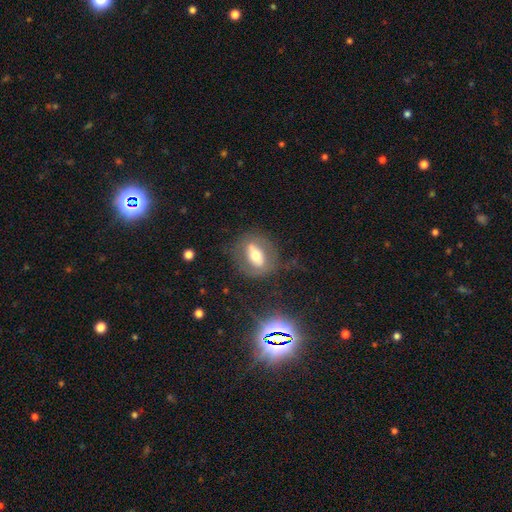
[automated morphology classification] This is possibly a featured or disk galaxy (47%). Merging: likely none (67%).